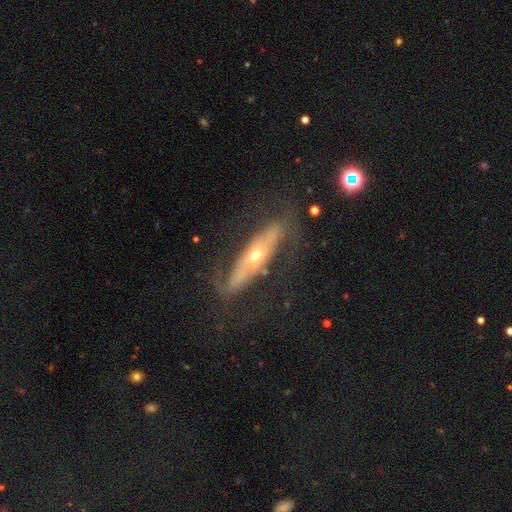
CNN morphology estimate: The model was most divided on "edge-on disk": yes: 51%, no: 49%. More confident: smooth or featured — featured or disk (69%); merging — none (63%).